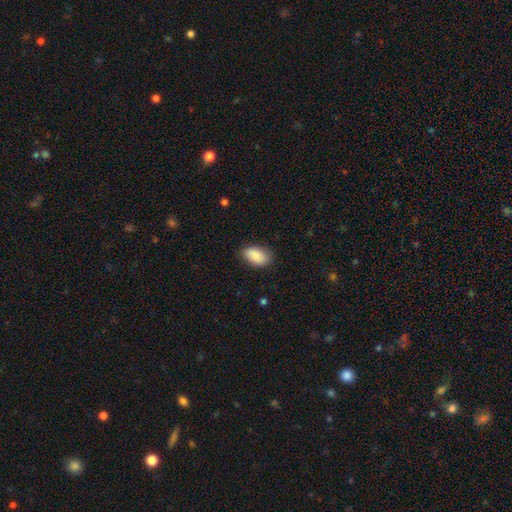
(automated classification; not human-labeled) smooth_or_featured: smooth (p=0.88) [alt: star or artifact p=0.07]
how_rounded: in between (p=0.93) [alt: round p=0.06]
merging: none (p=0.79) [alt: minor disturbance p=0.16]